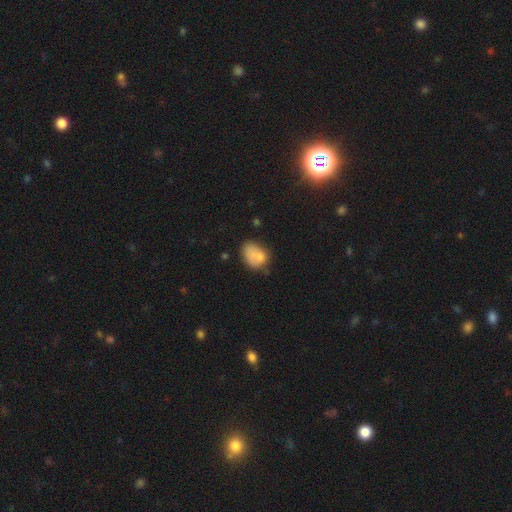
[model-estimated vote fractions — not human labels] smooth 72%, featured or disk 18%, star or artifact 10%. Down the decision tree: how rounded — in between (69%); merging — none (40%).